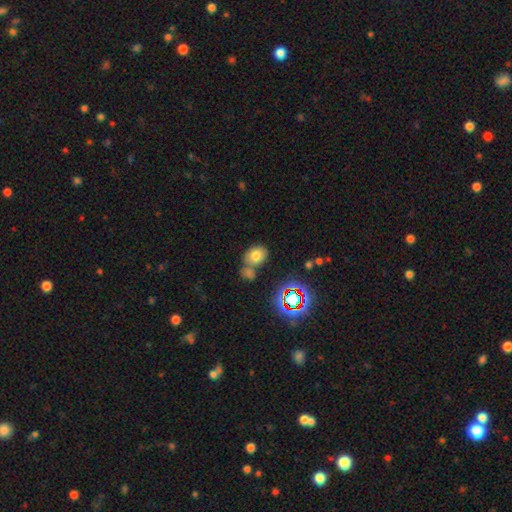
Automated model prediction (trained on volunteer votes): Smooth or featured?
  - smooth: 72% *
  - star or artifact: 17%
  - featured or disk: 11%
How rounded?
  - in between: 59% *
  - round: 39%
  - cigar-shaped: 1%
Merging?
  - none: 54% *
  - merger: 29%
  - minor disturbance: 13%
  - major disturbance: 5%